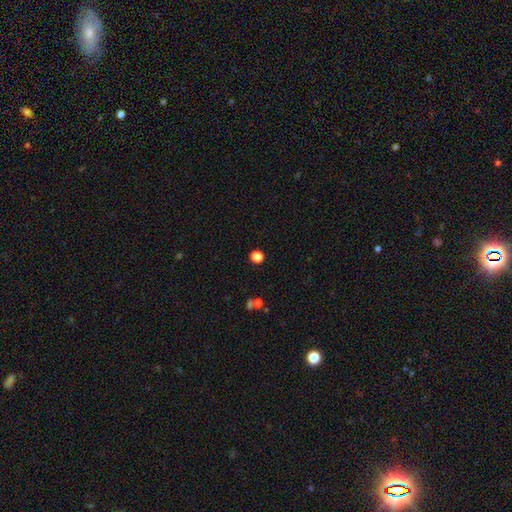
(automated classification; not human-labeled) Morphology: type=smooth (79%); roundness=round (75%); merging=none (88%).